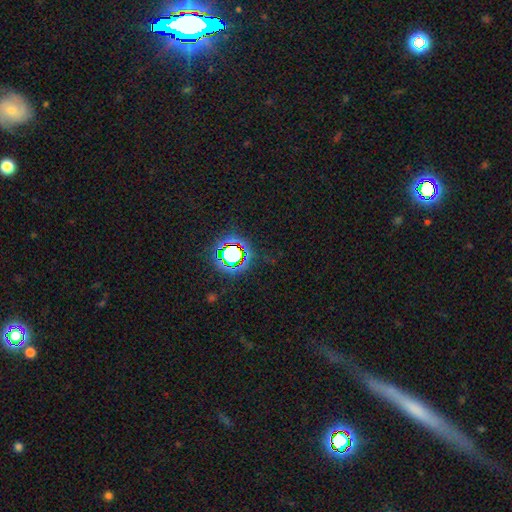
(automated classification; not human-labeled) Smooth or featured? star or artifact (76%)